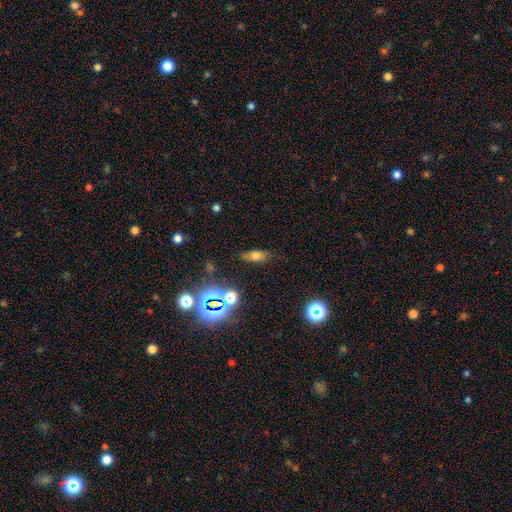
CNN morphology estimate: smooth-or-featured: smooth: 60% | star or artifact: 22% | featured or disk: 18%
  how-rounded: in between: 70% | cigar-shaped: 20% | round: 10%
  merging: none: 78% | minor disturbance: 14% | major disturbance: 5% | merger: 3%